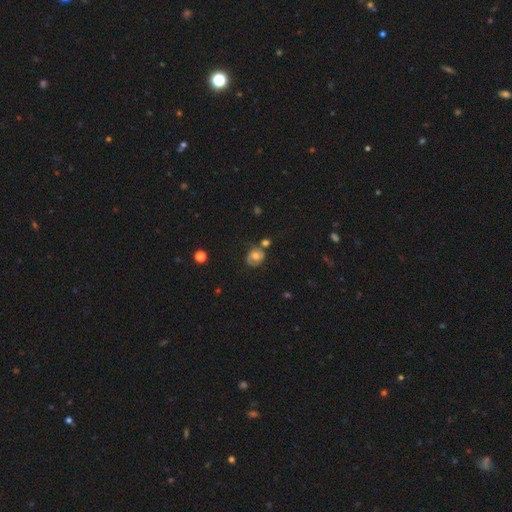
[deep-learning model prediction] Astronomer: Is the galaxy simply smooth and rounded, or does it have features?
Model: featured or disk — 49% (runner-up: smooth, 42%).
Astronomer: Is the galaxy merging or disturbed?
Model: none — 60%.